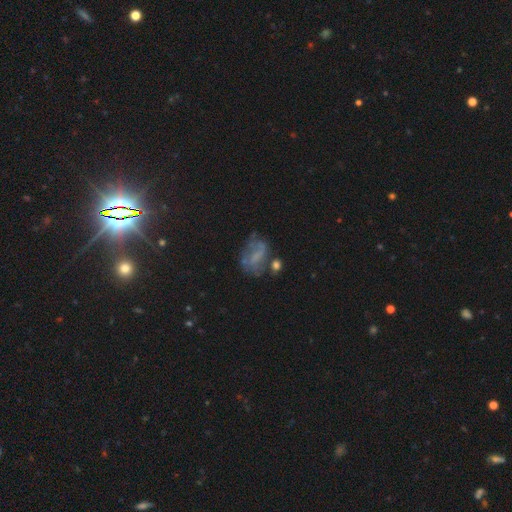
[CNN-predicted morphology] featured or disk 50%, smooth 32%, star or artifact 18%. Down the decision tree: edge-on disk — no (95%); merging — none (44%).